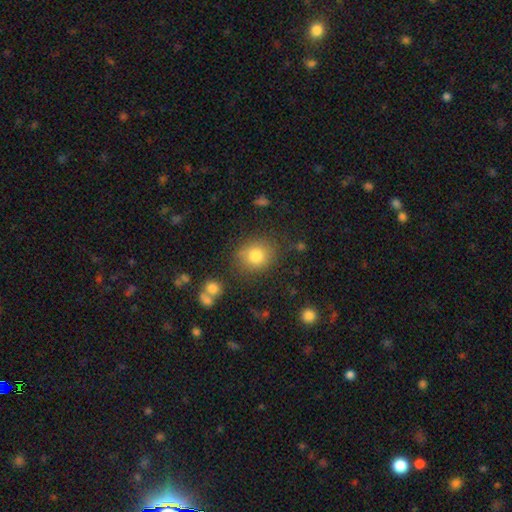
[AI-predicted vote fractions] The model was most divided on "how rounded": round: 75%, in between: 24%, cigar-shaped: 1%. More confident: smooth or featured — smooth (81%); merging — none (79%).